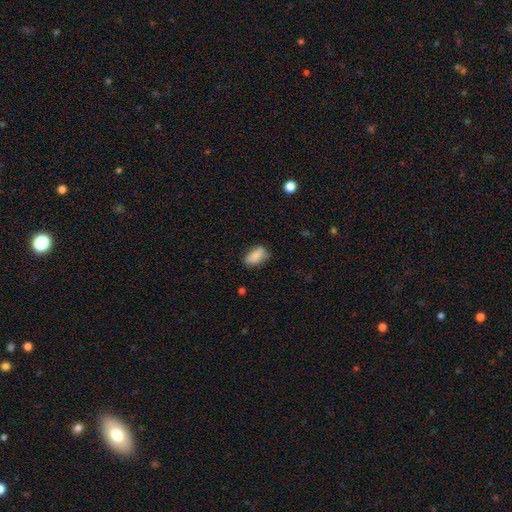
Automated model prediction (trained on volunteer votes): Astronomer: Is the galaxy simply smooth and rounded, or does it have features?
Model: smooth — 85%.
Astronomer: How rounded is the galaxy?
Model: in between — 89%.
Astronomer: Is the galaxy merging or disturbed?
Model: none — 70%.